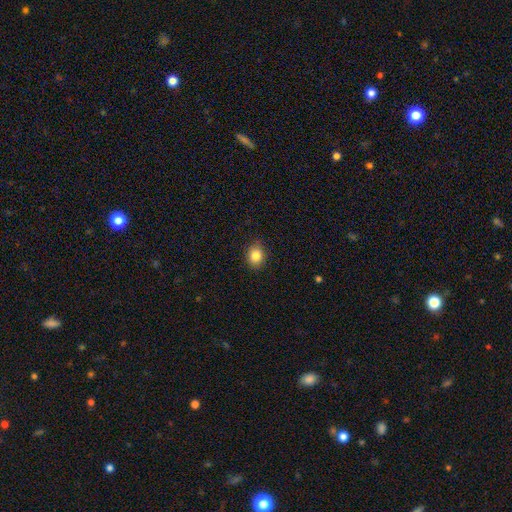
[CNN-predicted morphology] smooth-or-featured: smooth: 85% | star or artifact: 10% | featured or disk: 6%
  how-rounded: round: 58% | in between: 41% | cigar-shaped: 1%
  merging: none: 86% | minor disturbance: 11% | major disturbance: 2% | merger: 1%